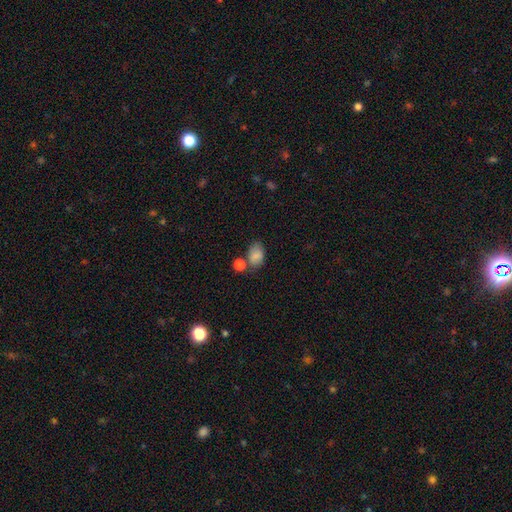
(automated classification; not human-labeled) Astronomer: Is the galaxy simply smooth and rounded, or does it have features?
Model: smooth — 82%.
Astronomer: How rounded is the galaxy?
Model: in between — 79%.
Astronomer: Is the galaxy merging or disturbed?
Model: none — 55%.